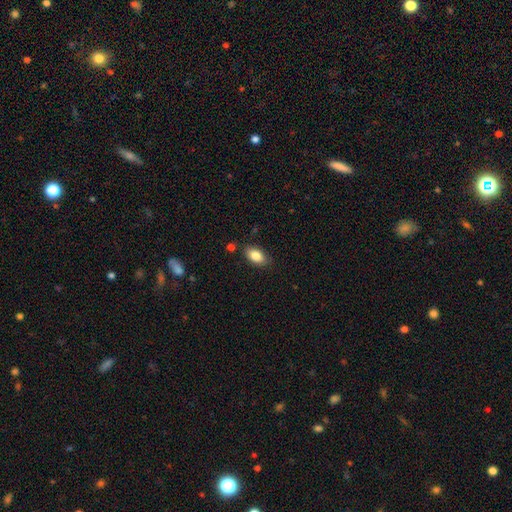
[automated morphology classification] smooth 84%, featured or disk 9%, star or artifact 7%. Down the decision tree: how rounded — in between (91%); merging — none (82%).